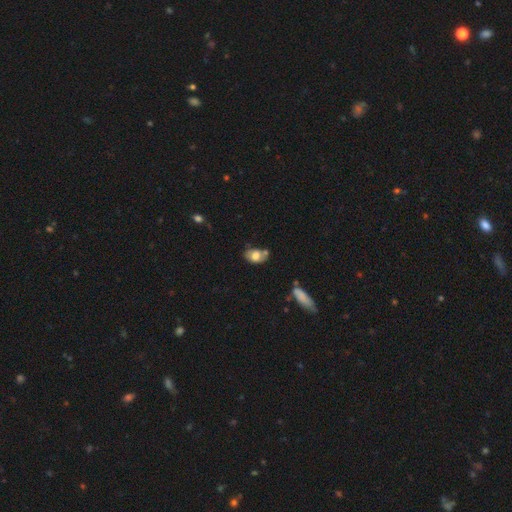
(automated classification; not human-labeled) This appears to be a smooth galaxy with no disk features (67%) that is in between round and cigar-shaped (82%). Merging: none (46%).